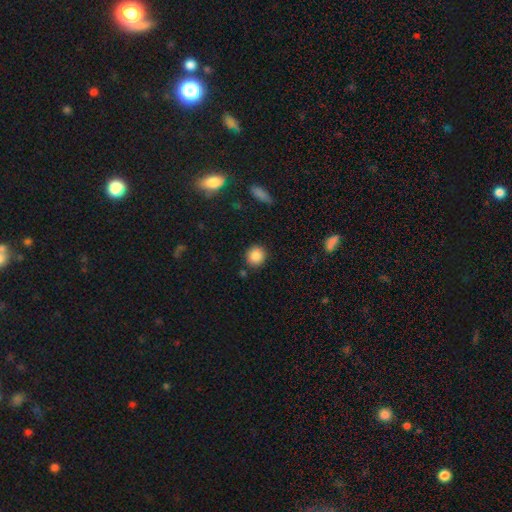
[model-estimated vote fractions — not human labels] Smooth or featured?
  - smooth: 87% *
  - star or artifact: 9%
  - featured or disk: 4%
How rounded?
  - round: 89% *
  - in between: 10%
  - cigar-shaped: 1%
Merging?
  - none: 87% *
  - minor disturbance: 8%
  - merger: 3%
  - major disturbance: 3%